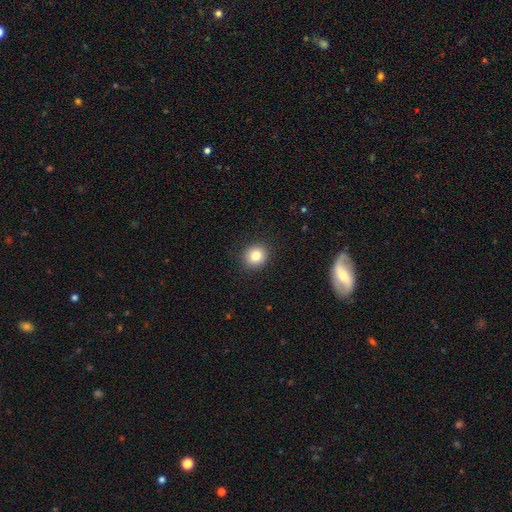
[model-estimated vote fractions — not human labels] Smooth or featured: smooth — 82% (star or artifact — 11%)
How rounded: round — 83% (in between — 16%)
Merging: none — 91% (minor disturbance — 6%)